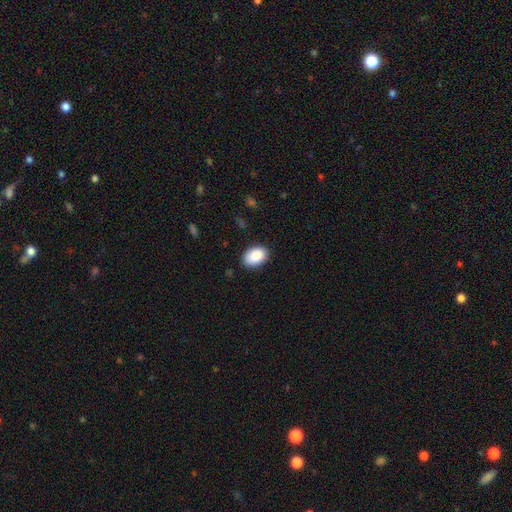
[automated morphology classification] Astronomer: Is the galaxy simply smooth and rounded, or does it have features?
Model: smooth — 89%.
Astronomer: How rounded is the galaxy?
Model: in between — 87%.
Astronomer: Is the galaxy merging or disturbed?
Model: none — 85%.